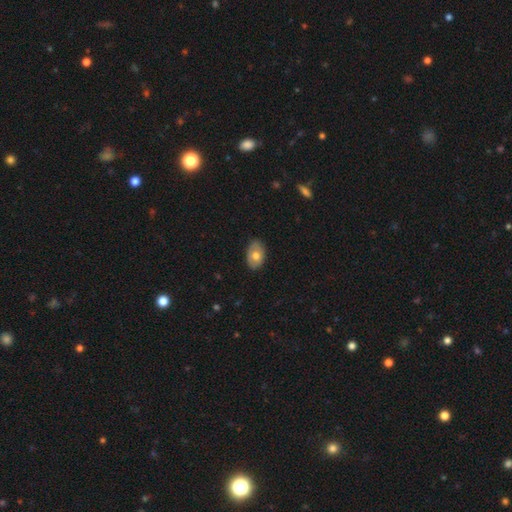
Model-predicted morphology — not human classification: Smooth or featured?
  - smooth: 64% *
  - featured or disk: 29%
  - star or artifact: 7%
How rounded?
  - in between: 87% *
  - round: 11%
  - cigar-shaped: 1%
Merging?
  - none: 82% *
  - minor disturbance: 14%
  - major disturbance: 2%
  - merger: 1%